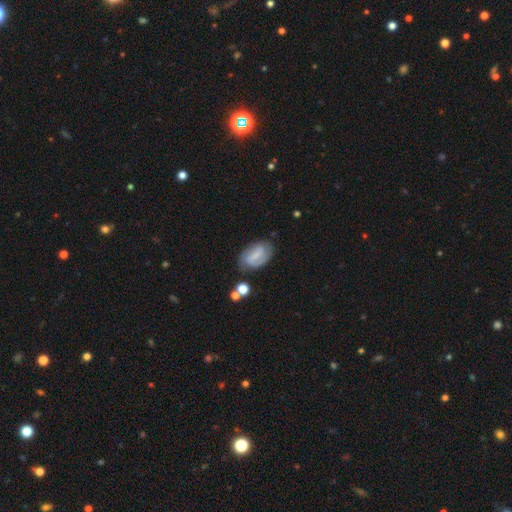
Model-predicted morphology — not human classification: This appears to be a featured or disk galaxy (62%) with a weak bar (46%), 2 (77%) medium (42%) spiral arms (85%) and a small central bulge (43%). Merging: none (70%).